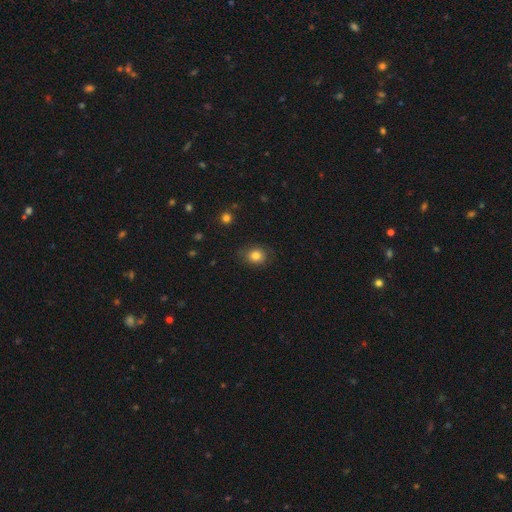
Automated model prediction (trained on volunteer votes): A smooth galaxy with no disk features (82%) that is round (72%). Merging: none (82%).